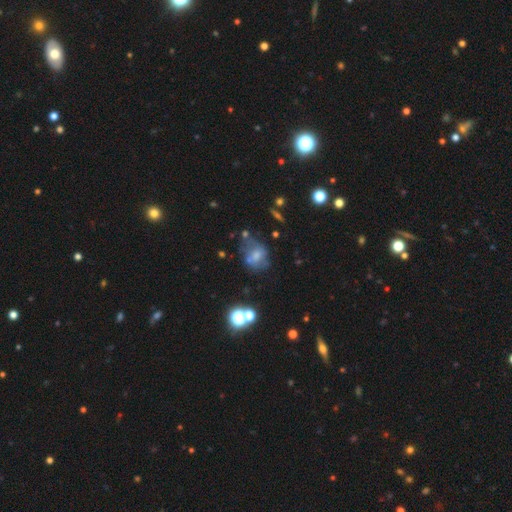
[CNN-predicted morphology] smooth-or-featured: smooth: 48% | featured or disk: 36% | star or artifact: 16%
  merging: none: 39% | minor disturbance: 26% | major disturbance: 22% | merger: 13%